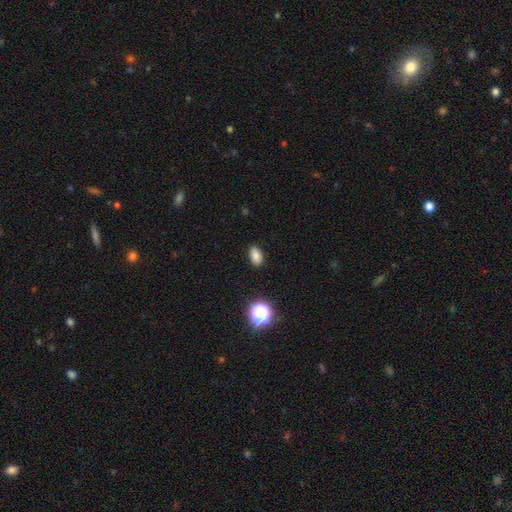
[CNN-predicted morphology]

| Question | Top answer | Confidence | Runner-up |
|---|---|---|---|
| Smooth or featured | smooth | 81% | star or artifact (13%) |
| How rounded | in between | 87% | round (10%) |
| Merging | none | 87% | minor disturbance (9%) |